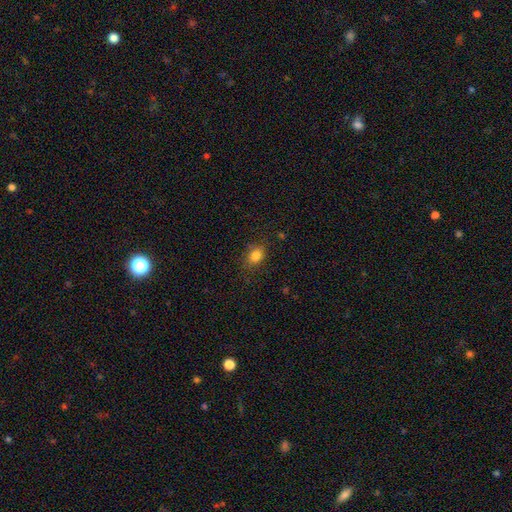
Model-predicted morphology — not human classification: Smooth or featured: smooth — 83% (star or artifact — 11%)
How rounded: in between — 62% (round — 37%)
Merging: none — 78% (minor disturbance — 15%)